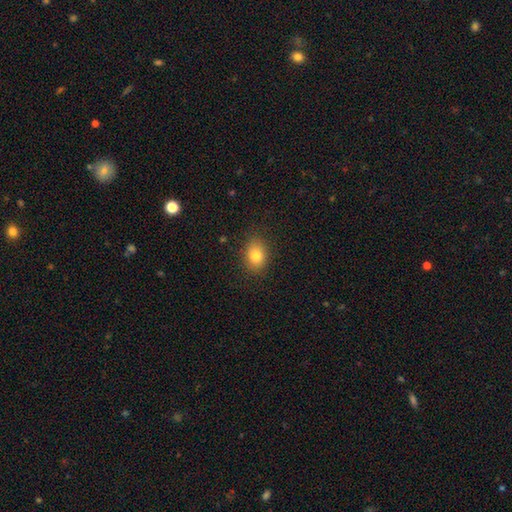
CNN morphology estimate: smooth 80%, star or artifact 11%, featured or disk 9%. Down the decision tree: how rounded — in between (64%); merging — none (86%).